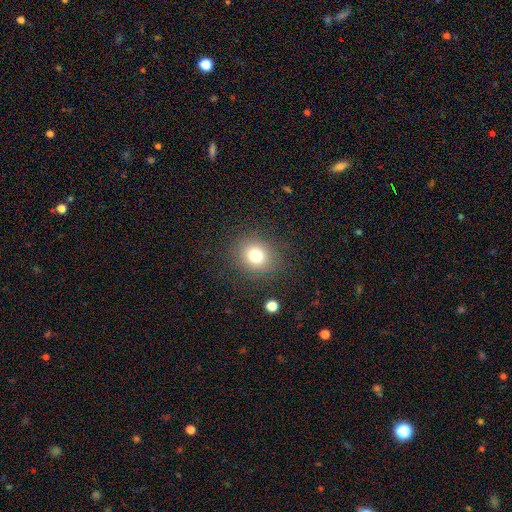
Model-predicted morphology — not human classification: Overall: smooth (77%). How rounded: round (74%). Merging: none (85%).